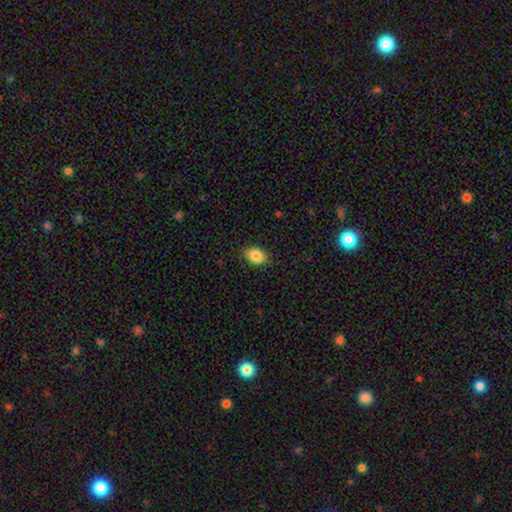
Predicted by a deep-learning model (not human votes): Smooth or featured: smooth — 86% (star or artifact — 8%)
How rounded: in between — 78% (round — 21%)
Merging: none — 86% (minor disturbance — 11%)